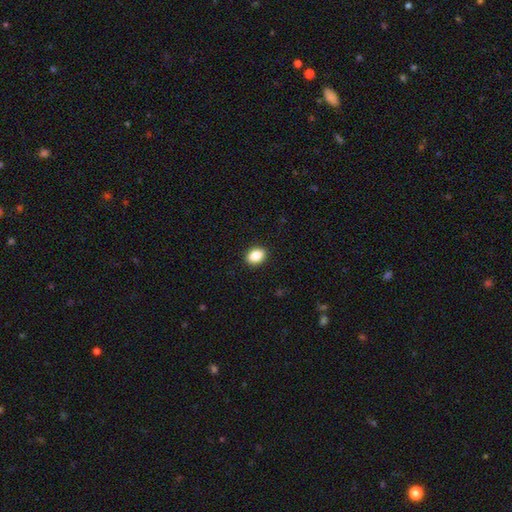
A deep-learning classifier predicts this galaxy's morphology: smooth-or-featured: smooth: 87% | star or artifact: 9% | featured or disk: 4%
  how-rounded: in between: 71% | round: 27% | cigar-shaped: 1%
  merging: none: 91% | minor disturbance: 7% | major disturbance: 2% | merger: 1%